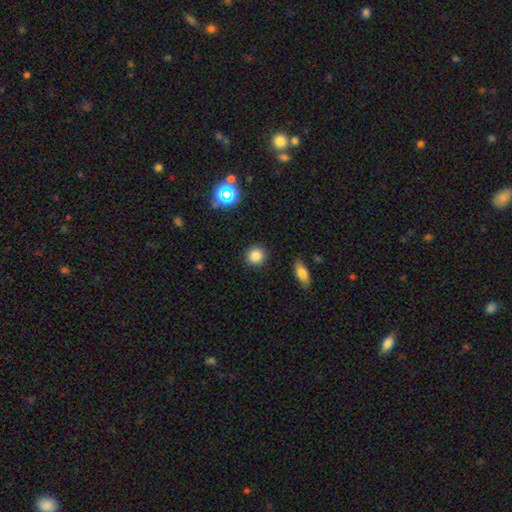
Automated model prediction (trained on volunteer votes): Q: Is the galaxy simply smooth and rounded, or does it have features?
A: smooth — 83%.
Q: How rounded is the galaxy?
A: round — 90%.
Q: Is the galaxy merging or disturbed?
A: none — 90%.